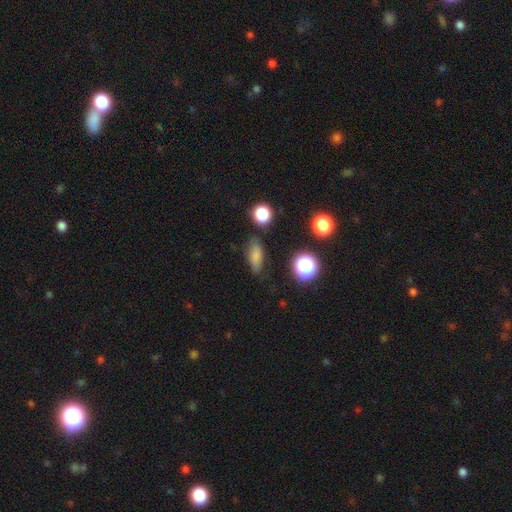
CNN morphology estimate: type=smooth (77%); roundness=in between (67%); merging=none (77%).